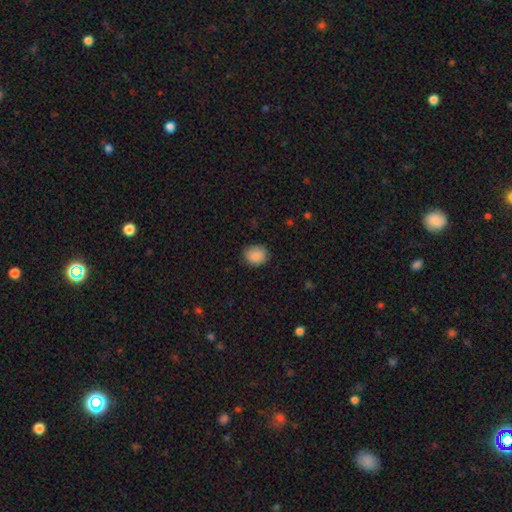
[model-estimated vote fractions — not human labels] smooth-or-featured: smooth: 88% | star or artifact: 8% | featured or disk: 4%
  how-rounded: round: 72% | in between: 27% | cigar-shaped: 1%
  merging: none: 82% | minor disturbance: 14% | major disturbance: 3% | merger: 1%